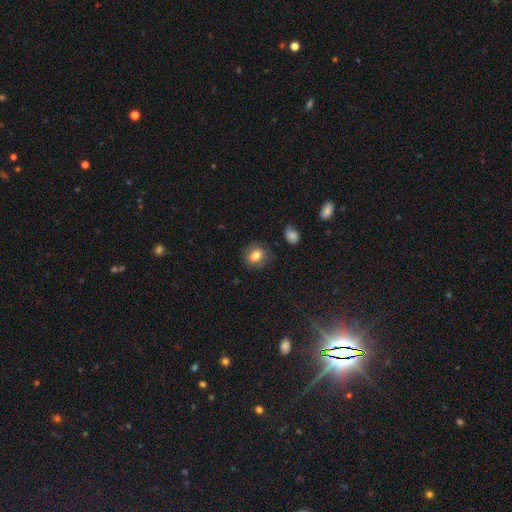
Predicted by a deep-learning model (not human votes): Morphology: type=smooth (79%); roundness=in between (54%); merging=none (76%).